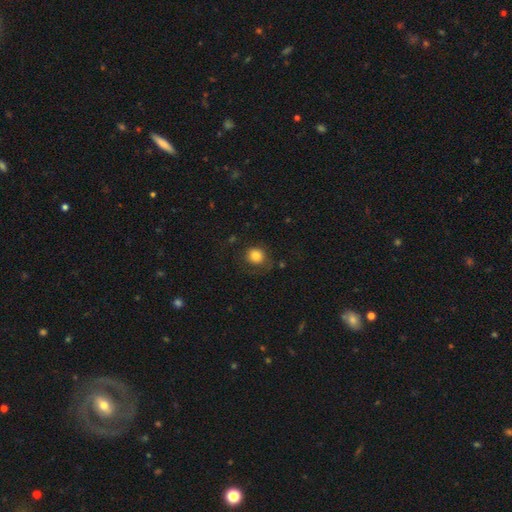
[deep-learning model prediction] smooth_or_featured: smooth (p=0.81) [alt: star or artifact p=0.10]
how_rounded: round (p=0.85) [alt: in between p=0.14]
merging: none (p=0.68) [alt: minor disturbance p=0.18]